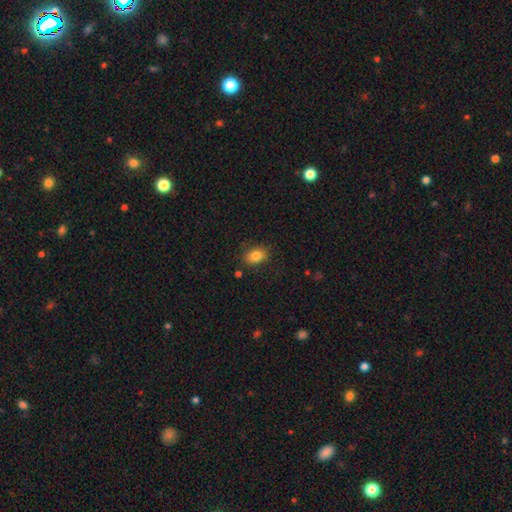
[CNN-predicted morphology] smooth_or_featured: smooth (p=0.82) [alt: star or artifact p=0.09]
how_rounded: in between (p=0.79) [alt: round p=0.19]
merging: none (p=0.83) [alt: minor disturbance p=0.12]